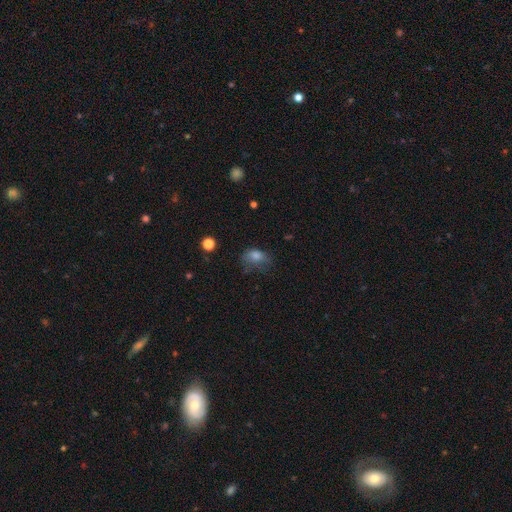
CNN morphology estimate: Smooth or featured? Predicted: smooth (p=0.71). How rounded? Predicted: in between (p=0.75). Merging? Predicted: none (p=0.41).